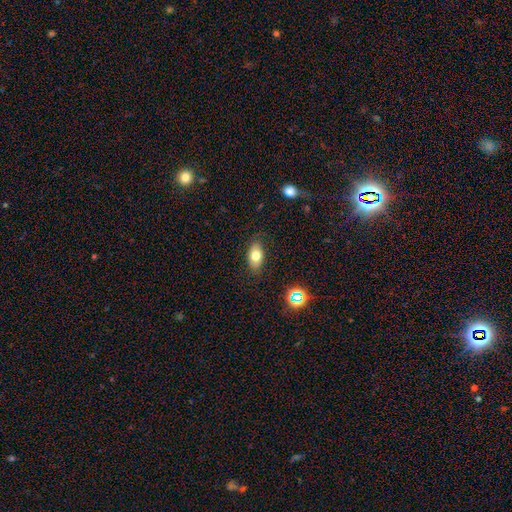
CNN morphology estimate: Overall: smooth (74%). How rounded: in between (89%). Merging: none (83%).